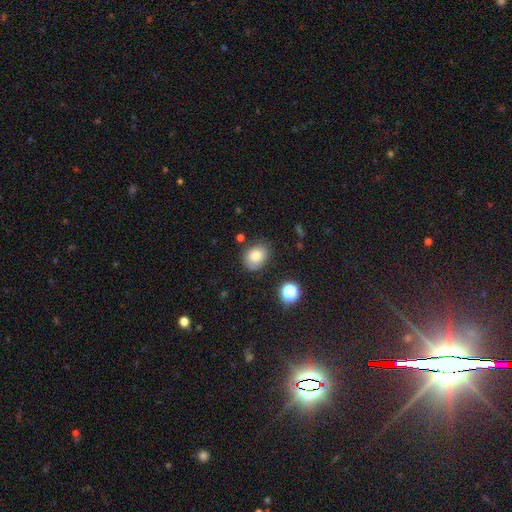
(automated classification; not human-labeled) Overall: smooth (80%). How rounded: in between (58%; round 41%). Merging: none (77%).